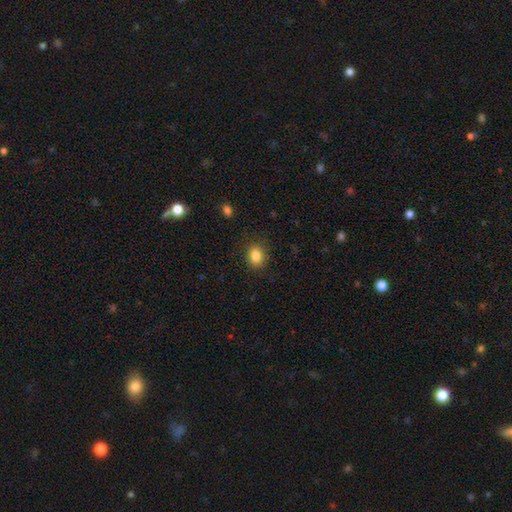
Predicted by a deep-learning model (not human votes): smooth-or-featured: smooth: 85% | star or artifact: 10% | featured or disk: 5%
  how-rounded: in between: 51% | round: 48% | cigar-shaped: 1%
  merging: none: 86% | minor disturbance: 10% | major disturbance: 3% | merger: 1%